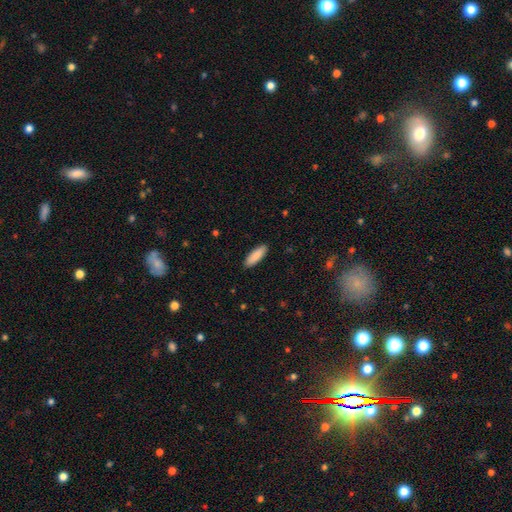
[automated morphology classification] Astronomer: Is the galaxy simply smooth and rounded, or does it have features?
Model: smooth — 89%.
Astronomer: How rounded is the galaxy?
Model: in between — 51% (runner-up: cigar-shaped, 48%).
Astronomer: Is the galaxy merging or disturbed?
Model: none — 91%.